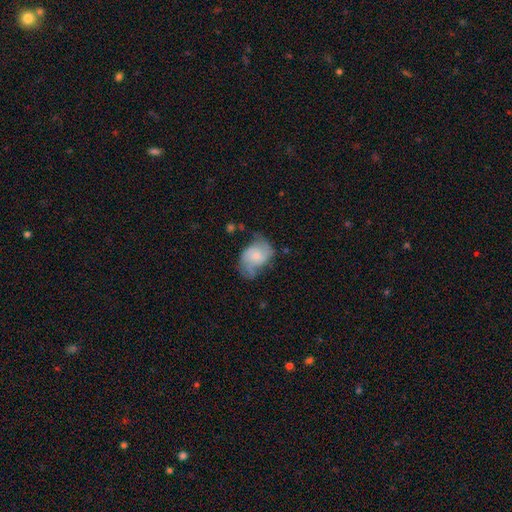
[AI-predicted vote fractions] featured or disk 59%, smooth 34%, star or artifact 7%. Down the decision tree: edge-on disk — no (97%); bar — no (67%); spiral arms — yes (86%); bulge size — small (40%); merging — none (49%).